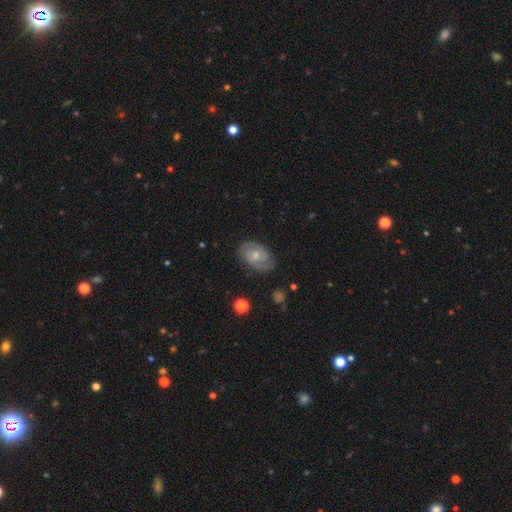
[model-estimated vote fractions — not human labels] The model was most divided on "bulge size": moderate: 45%, small: 44%, none: 7%, large: 3%, dominant: 1%. Remaining: edge-on disk — no (96%); spiral arms — yes (79%); merging — none (74%); smooth or featured — featured or disk (62%); bar — no (50%).